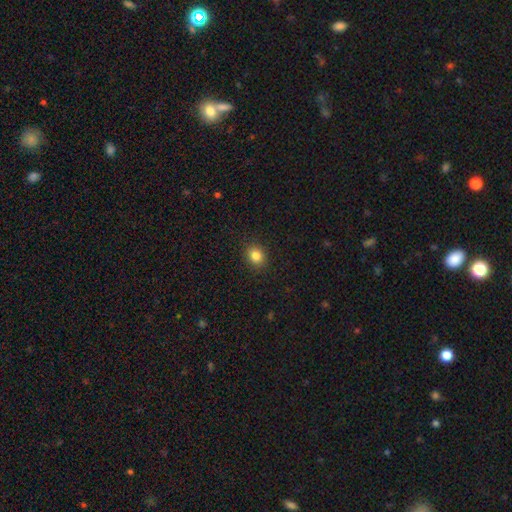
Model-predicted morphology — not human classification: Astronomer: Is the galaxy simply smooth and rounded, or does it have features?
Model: smooth — 84%.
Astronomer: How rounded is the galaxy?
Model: round — 70%.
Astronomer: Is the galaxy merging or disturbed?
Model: none — 90%.